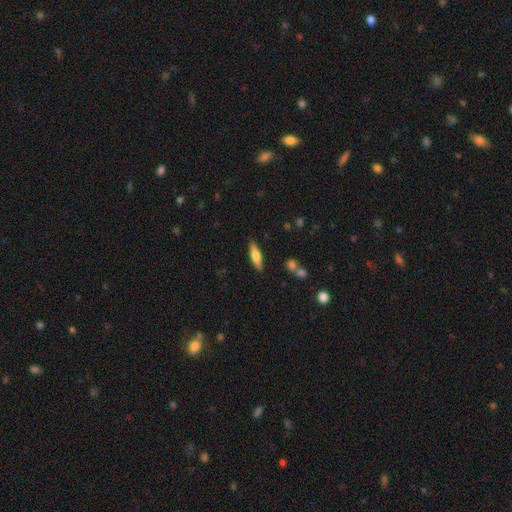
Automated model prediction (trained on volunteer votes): Smooth or featured?
  - smooth: 60% *
  - featured or disk: 34%
  - star or artifact: 6%
How rounded?
  - cigar-shaped: 67% *
  - in between: 31%
  - round: 2%
Merging?
  - none: 86% *
  - minor disturbance: 9%
  - merger: 3%
  - major disturbance: 2%